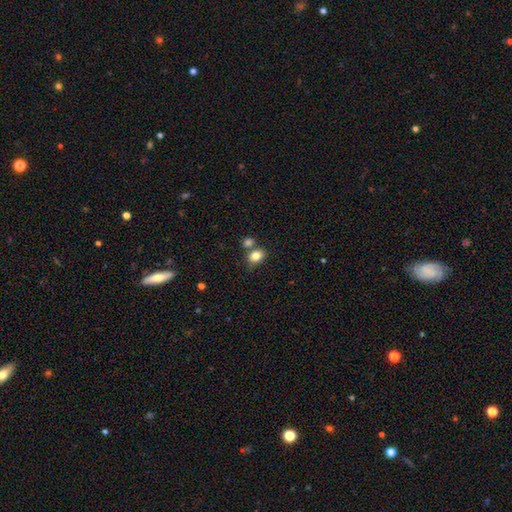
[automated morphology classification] Overall: smooth (83%). How rounded: in between (59%; round 40%). Merging: none (58%; merger 25%).